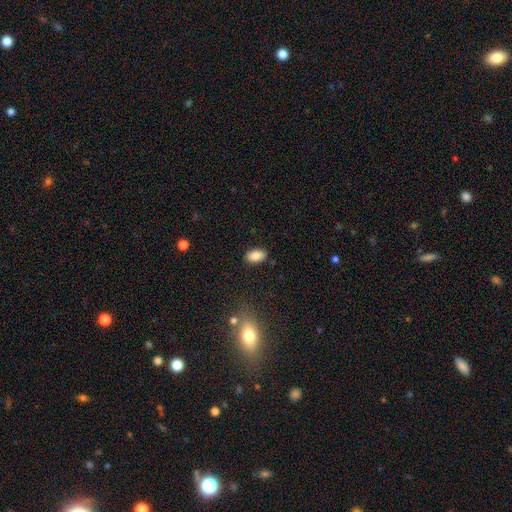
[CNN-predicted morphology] type=smooth (85%); roundness=in between (92%); merging=none (87%).